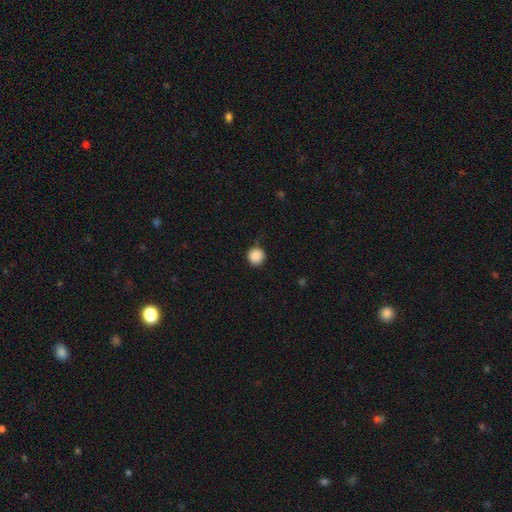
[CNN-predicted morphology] smooth-or-featured: smooth: 88% | star or artifact: 9% | featured or disk: 3%
  how-rounded: round: 95% | in between: 4% | cigar-shaped: 1%
  merging: none: 84% | minor disturbance: 12% | major disturbance: 3% | merger: 1%